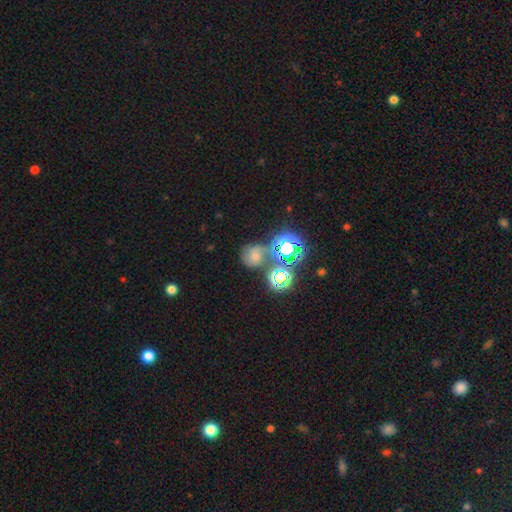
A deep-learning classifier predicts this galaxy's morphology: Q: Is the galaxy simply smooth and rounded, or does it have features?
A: star or artifact — 47%.